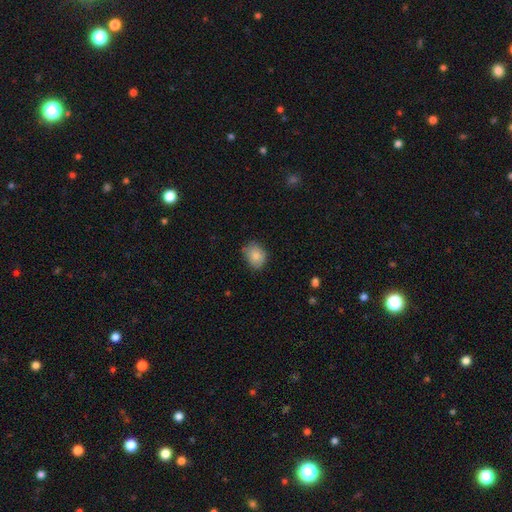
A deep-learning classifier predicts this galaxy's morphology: smooth_or_featured: smooth (p=0.85) [alt: star or artifact p=0.08]
how_rounded: in between (p=0.56) [alt: round p=0.44]
merging: none (p=0.71) [alt: minor disturbance p=0.24]